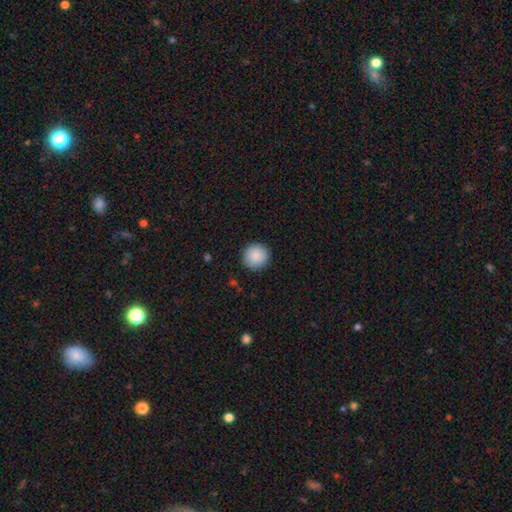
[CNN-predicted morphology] A smooth galaxy with no disk features (89%) that is round (95%).

Vote fractions:
- Smooth or featured? smooth: 89% / star or artifact: 8% / featured or disk: 3%
- How rounded? round: 95% / in between: 4% / cigar-shaped: 1%
- Merging? none: 92% / minor disturbance: 6% / major disturbance: 2% / merger: 1%